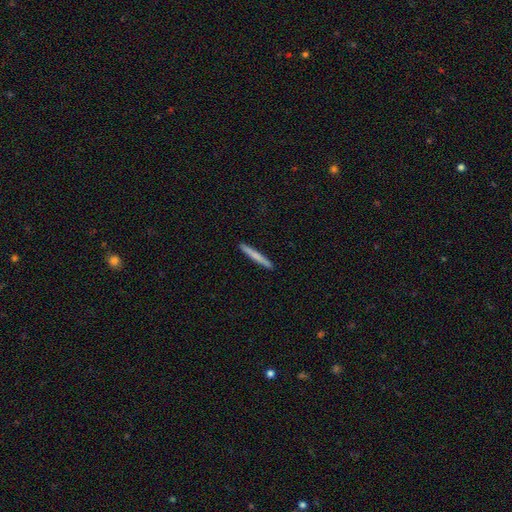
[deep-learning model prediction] Smooth or featured? smooth (67%)
How rounded? cigar-shaped (97%)
Merging? none (93%)